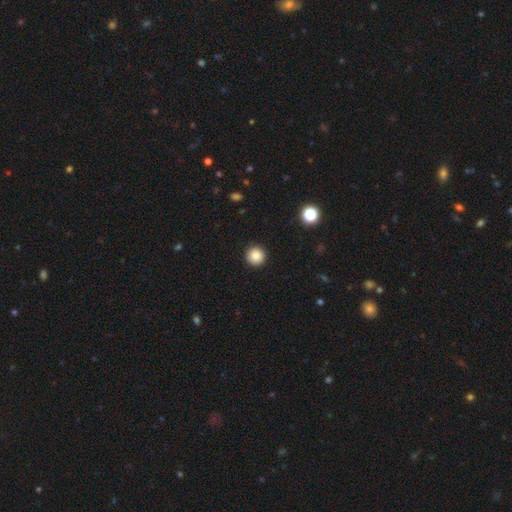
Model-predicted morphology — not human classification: This appears to be a smooth galaxy with no disk features (86%) that is round (96%). Merging: none (93%).